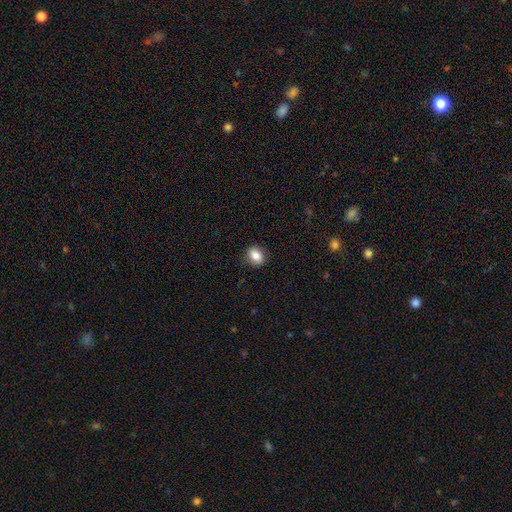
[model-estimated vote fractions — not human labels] Overall: smooth (84%). How rounded: round (55%; in between 44%). Merging: none (89%).